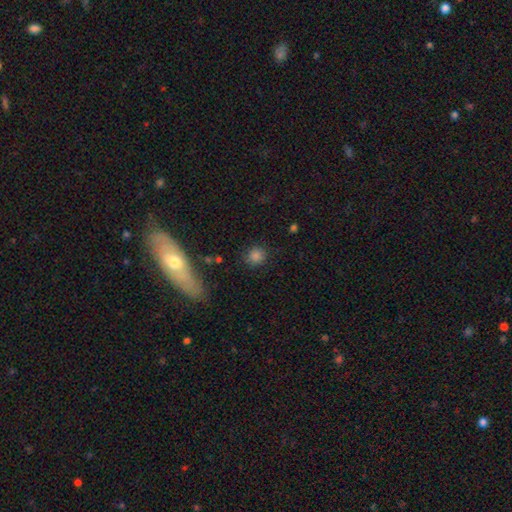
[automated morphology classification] This appears to be a smooth galaxy with no disk features (79%) that is round (81%). Merging: none (84%).